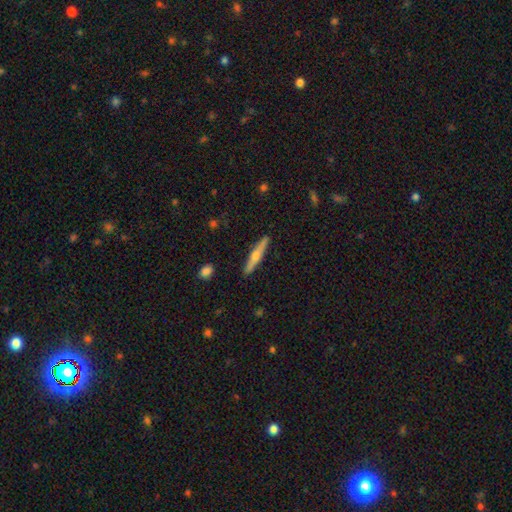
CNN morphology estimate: type=featured or disk (61%); edge-on=yes (96%); edge-on bulge=rounded (90%); merging=none (90%).